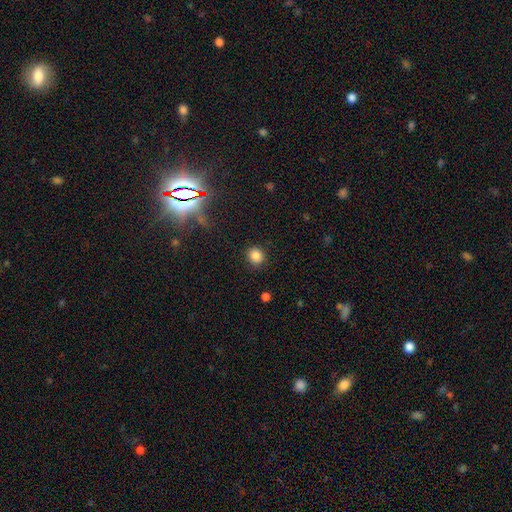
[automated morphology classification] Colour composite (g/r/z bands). It shows a smooth galaxy with no disk features (84%) that is round (83%). Merging: none (90%).